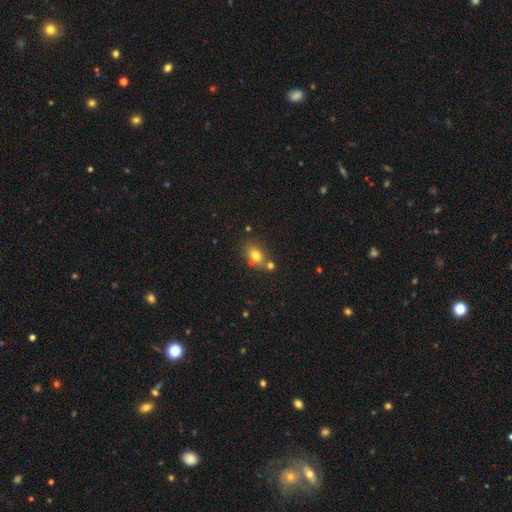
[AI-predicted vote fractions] Smooth or featured?
  - smooth: 75% *
  - featured or disk: 13%
  - star or artifact: 12%
How rounded?
  - in between: 74% *
  - round: 24%
  - cigar-shaped: 2%
Merging?
  - none: 65% *
  - merger: 17%
  - minor disturbance: 14%
  - major disturbance: 4%